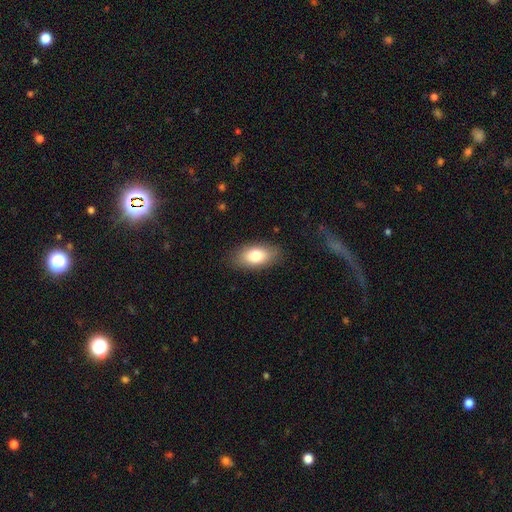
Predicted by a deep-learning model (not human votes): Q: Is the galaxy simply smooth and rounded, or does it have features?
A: smooth — 78%.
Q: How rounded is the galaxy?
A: in between — 90%.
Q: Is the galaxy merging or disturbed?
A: none — 84%.